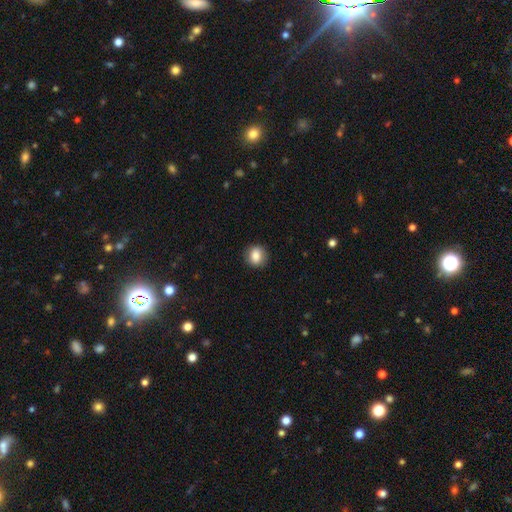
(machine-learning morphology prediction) This appears to be a smooth galaxy with no disk features (84%) that is round (76%). Merging: none (88%).